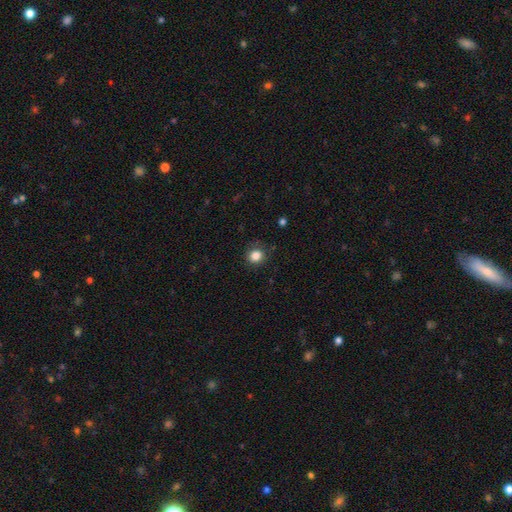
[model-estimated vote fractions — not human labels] smooth-or-featured: smooth: 84% | star or artifact: 11% | featured or disk: 5%
  how-rounded: round: 86% | in between: 13% | cigar-shaped: 1%
  merging: none: 84% | minor disturbance: 12% | major disturbance: 3% | merger: 1%